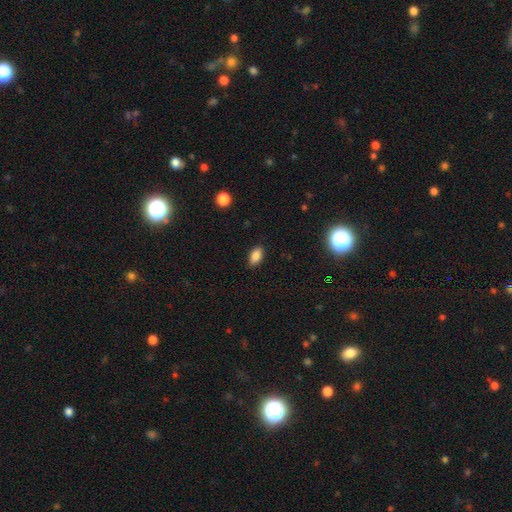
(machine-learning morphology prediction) Smooth or featured?
  - smooth: 85% *
  - star or artifact: 10%
  - featured or disk: 6%
How rounded?
  - in between: 91% *
  - round: 5%
  - cigar-shaped: 4%
Merging?
  - none: 88% *
  - minor disturbance: 9%
  - major disturbance: 2%
  - merger: 1%